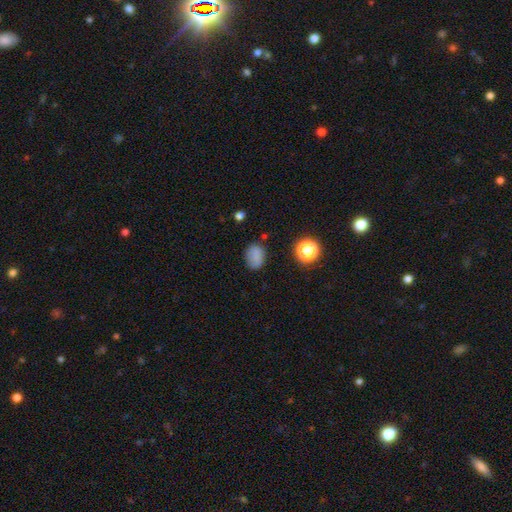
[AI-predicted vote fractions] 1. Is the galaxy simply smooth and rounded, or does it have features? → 80% smooth, 14% star or artifact, 6% featured or disk.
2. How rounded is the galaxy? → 71% in between, 27% round, 1% cigar-shaped.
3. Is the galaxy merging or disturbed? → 77% none, 16% minor disturbance, 4% major disturbance, 3% merger.